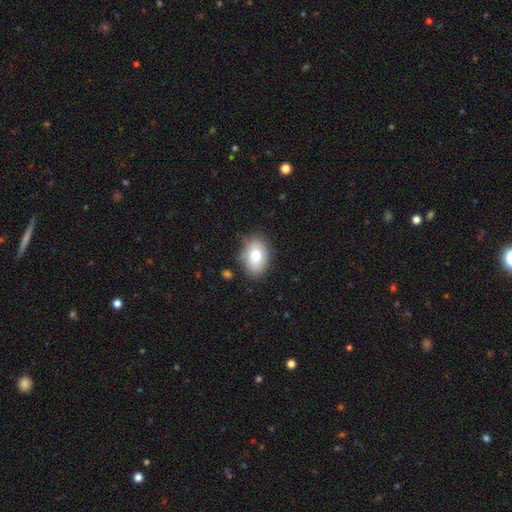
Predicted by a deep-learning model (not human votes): smooth 77%, featured or disk 15%, star or artifact 9%. Down the decision tree: how rounded — in between (81%); merging — none (78%).